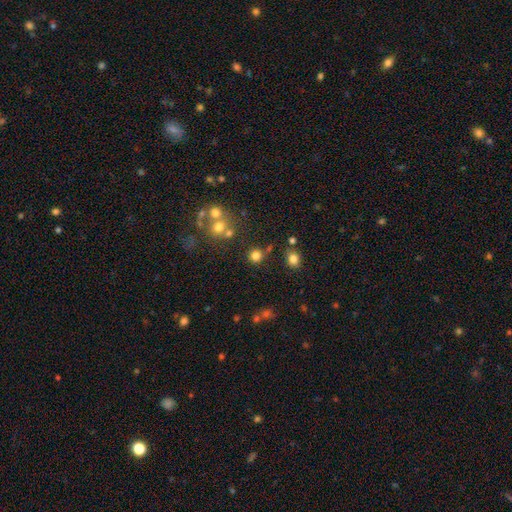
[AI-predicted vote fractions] Smooth or featured: smooth — 78% (star or artifact — 15%)
How rounded: round — 91% (in between — 8%)
Merging: none — 79% (merger — 9%)